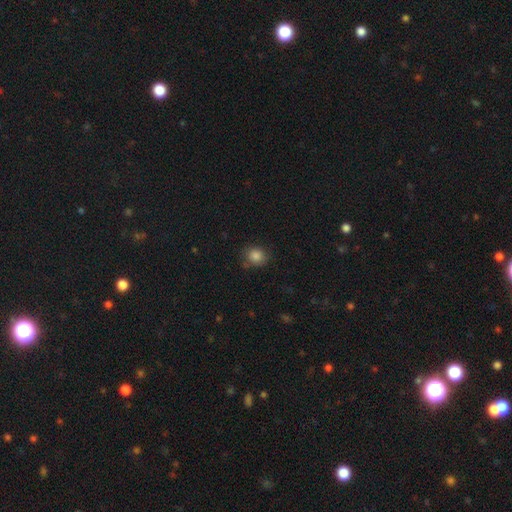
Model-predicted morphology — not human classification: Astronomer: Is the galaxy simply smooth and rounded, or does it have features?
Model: smooth — 85%.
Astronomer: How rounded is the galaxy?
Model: round — 77%.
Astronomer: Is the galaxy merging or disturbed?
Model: none — 78%.